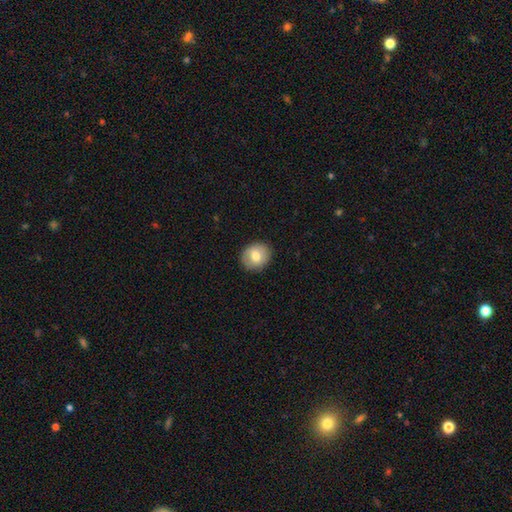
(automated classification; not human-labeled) Smooth or featured? smooth (74%)
How rounded? round (73%)
Merging? none (87%)